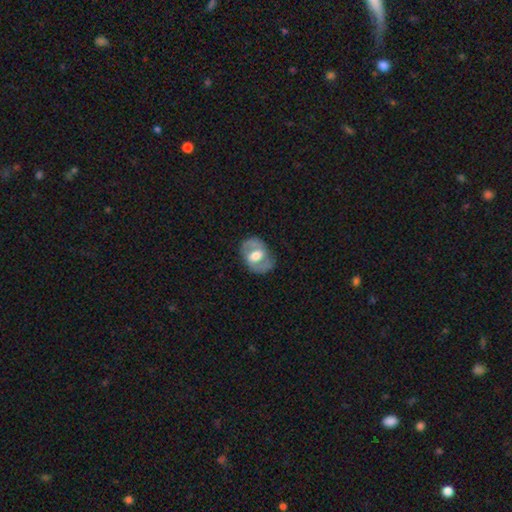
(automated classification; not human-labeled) This is likely a featured or disk galaxy (61%). It is clearly not viewed edge-on (94%). Bar: marginally no (41%). Spiral arm pattern: possibly yes (55%). Central bulge: possibly moderate (53%). Merging: likely none (74%).